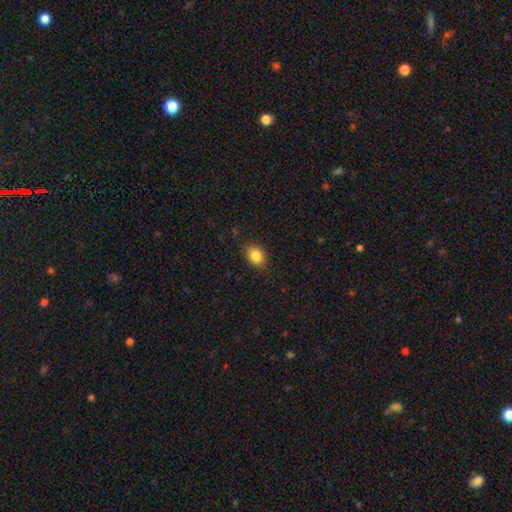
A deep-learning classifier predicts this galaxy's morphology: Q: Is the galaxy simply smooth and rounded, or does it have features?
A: smooth — 84%.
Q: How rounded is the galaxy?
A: in between — 55%.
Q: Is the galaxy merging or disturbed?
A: none — 84%.